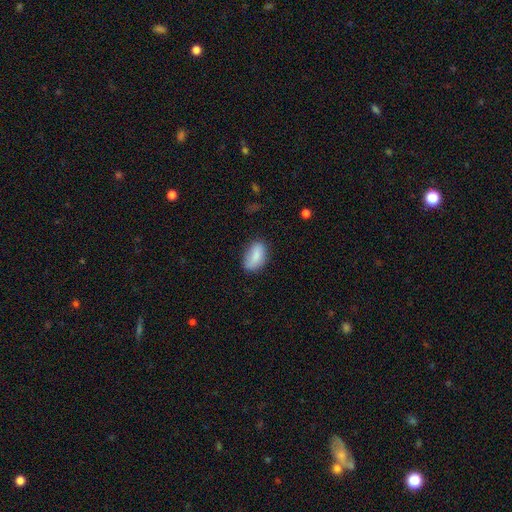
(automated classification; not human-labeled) smooth_or_featured: smooth (p=0.83) [alt: featured or disk p=0.10]
how_rounded: in between (p=0.91) [alt: round p=0.06]
merging: none (p=0.68) [alt: minor disturbance p=0.24]